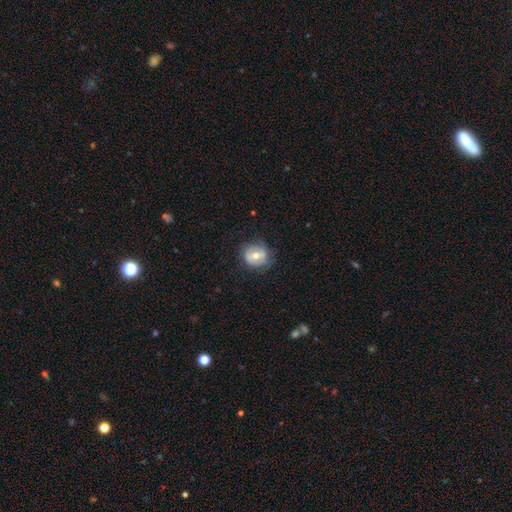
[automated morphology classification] Smooth or featured? Predicted: smooth (p=0.47). Merging? Predicted: none (p=0.77).